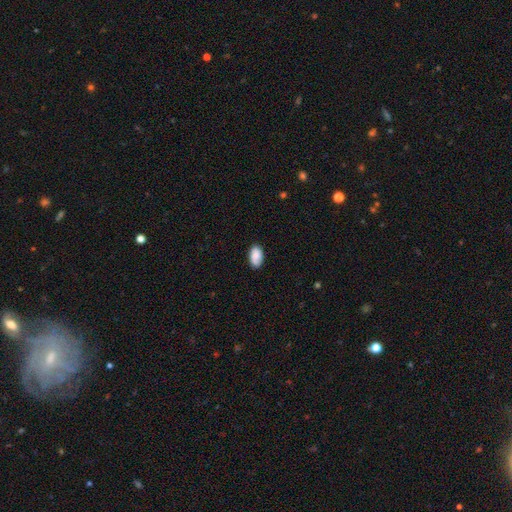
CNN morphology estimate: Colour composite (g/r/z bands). It shows a smooth galaxy with no disk features (83%) that is in between round and cigar-shaped (94%). Merging: none (84%).